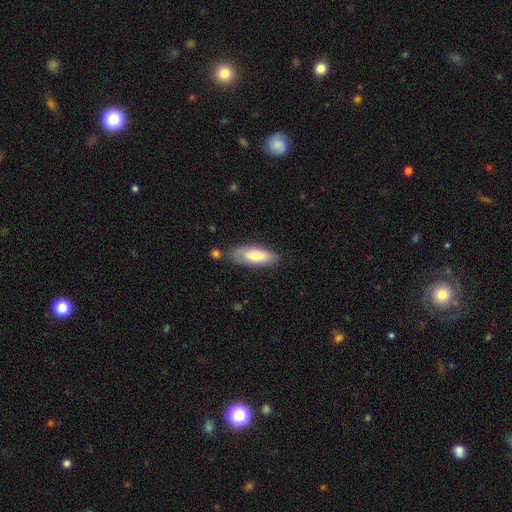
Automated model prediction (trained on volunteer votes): Morphology: type=smooth (73%); roundness=in between (70%); merging=none (72%).